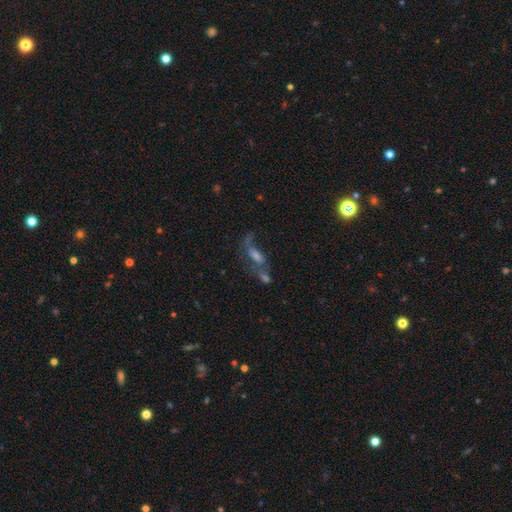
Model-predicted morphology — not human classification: A featured or disk galaxy (54%). Merging: none (34%).